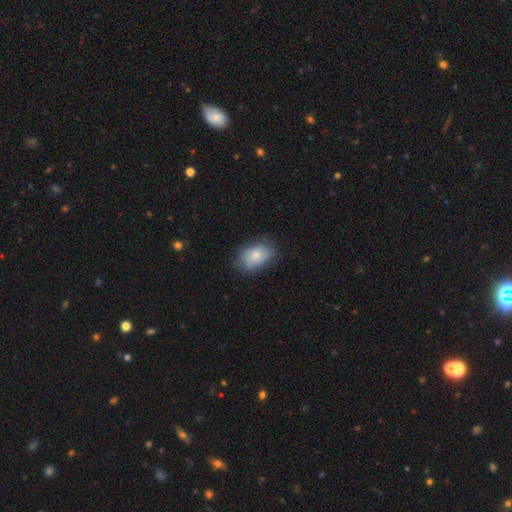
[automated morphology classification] Smooth or featured: smooth — 77% (featured or disk — 16%)
How rounded: in between — 85% (round — 13%)
Merging: none — 70% (minor disturbance — 23%)